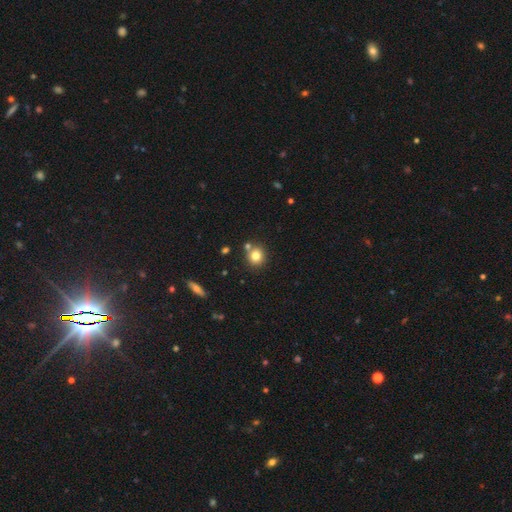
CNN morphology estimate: Smooth or featured? smooth (79%)
How rounded? round (86%)
Merging? none (71%)